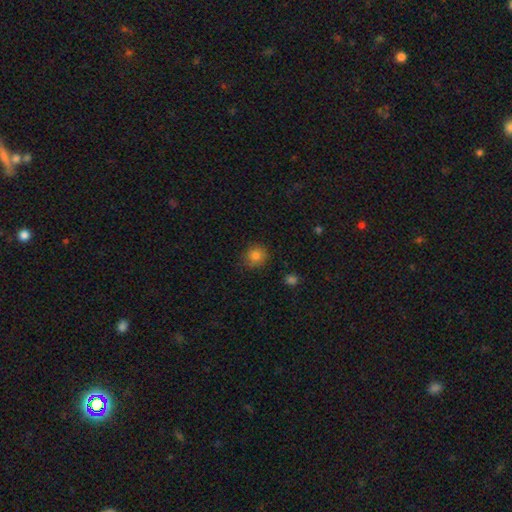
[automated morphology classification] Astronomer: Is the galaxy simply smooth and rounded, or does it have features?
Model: smooth — 83%.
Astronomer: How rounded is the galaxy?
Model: round — 88%.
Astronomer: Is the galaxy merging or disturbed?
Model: none — 83%.